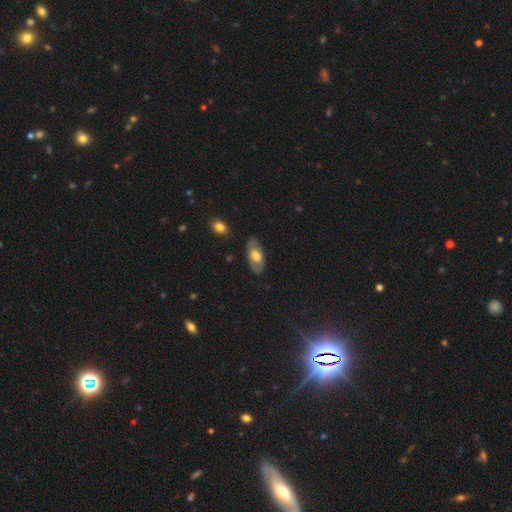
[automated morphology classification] A smooth galaxy with no disk features (54%) that is in between round and cigar-shaped (91%). Merging: none (80%).